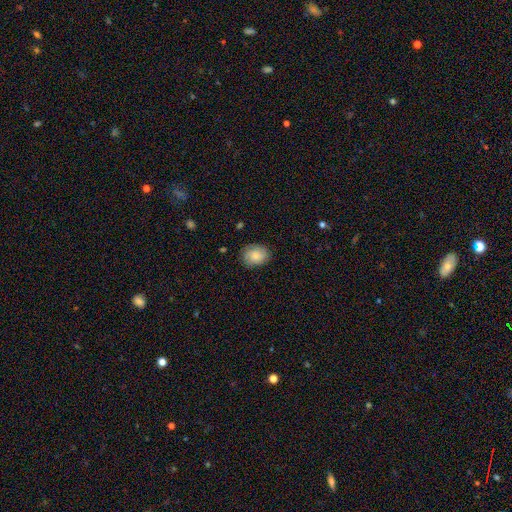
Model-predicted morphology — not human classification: smooth_or_featured: smooth (p=0.68) [alt: featured or disk p=0.24]
how_rounded: in between (p=0.50) [alt: round p=0.49]
merging: none (p=0.79) [alt: minor disturbance p=0.16]